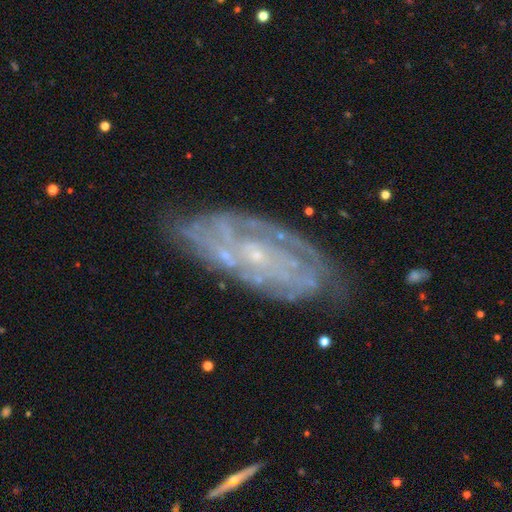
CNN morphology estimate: featured or disk 81%, smooth 11%, star or artifact 8%. Down the decision tree: edge-on disk — no (90%); bar — no (68%); spiral arms — yes (90%); spiral arm count — can't tell (47%); spiral winding — tight (72%); bulge size — small (81%); merging — none (74%).